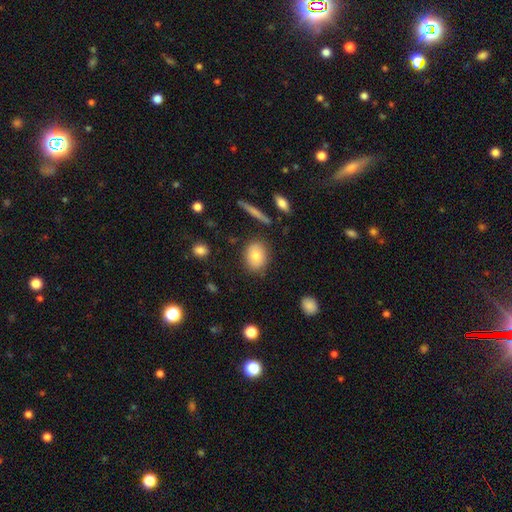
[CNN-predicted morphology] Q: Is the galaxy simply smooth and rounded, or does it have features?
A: smooth — 78%.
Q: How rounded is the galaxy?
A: in between — 61%.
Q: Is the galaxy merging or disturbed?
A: none — 83%.